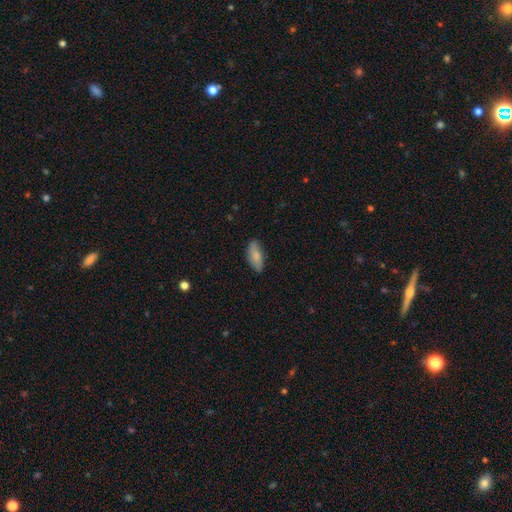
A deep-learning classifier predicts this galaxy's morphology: A smooth galaxy with no disk features (82%) that is in between round and cigar-shaped (79%). Merging: none (80%).